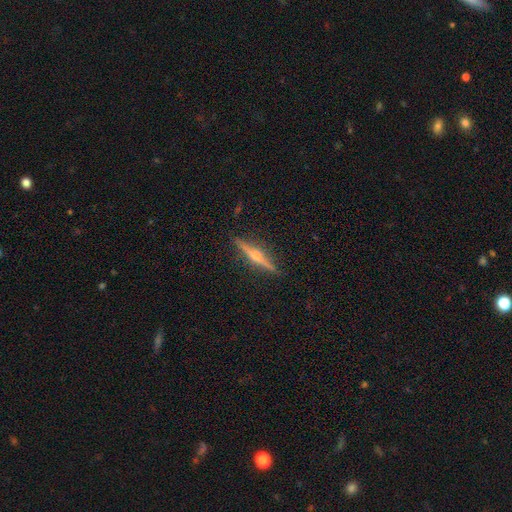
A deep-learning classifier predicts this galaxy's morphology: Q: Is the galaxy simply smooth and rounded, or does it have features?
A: featured or disk — 81%.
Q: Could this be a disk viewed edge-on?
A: yes — 98%.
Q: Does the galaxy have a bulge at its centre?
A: rounded — 94%.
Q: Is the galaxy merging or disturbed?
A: none — 90%.